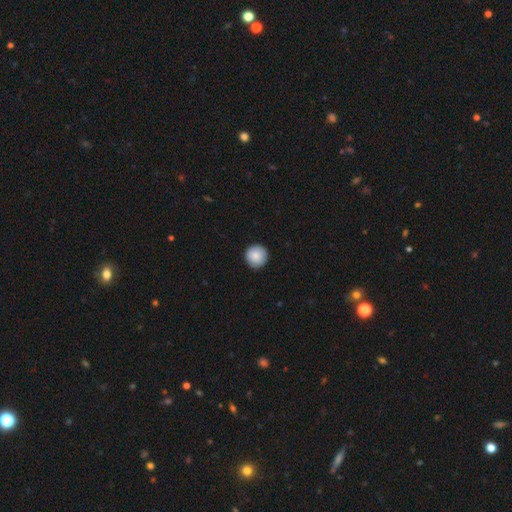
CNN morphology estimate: Smooth or featured? smooth (87%)
How rounded? round (96%)
Merging? none (91%)